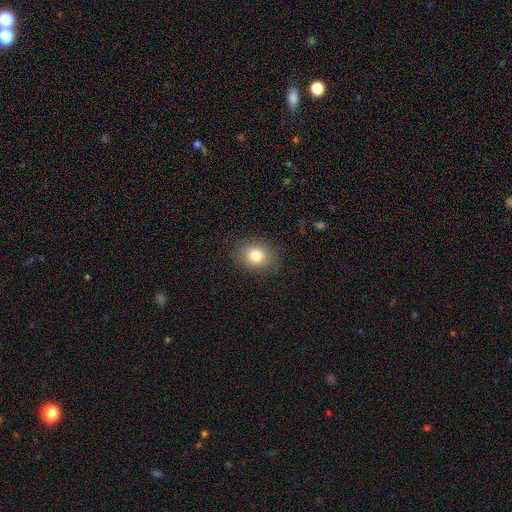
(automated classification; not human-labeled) This appears to be a smooth galaxy with no disk features (82%) that is round (53%). Merging: none (86%).